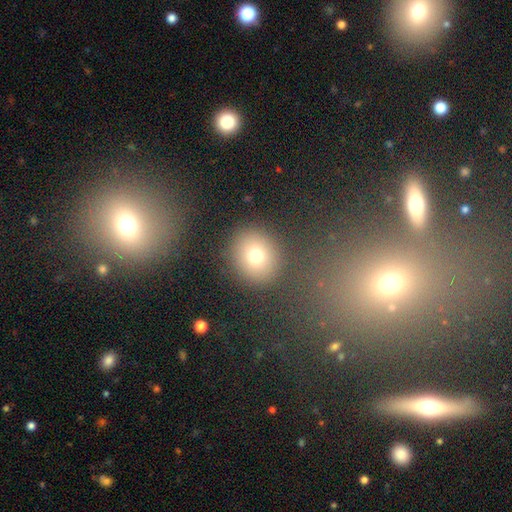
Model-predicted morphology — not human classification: type=smooth (74%); roundness=round (80%); merging=none (83%).